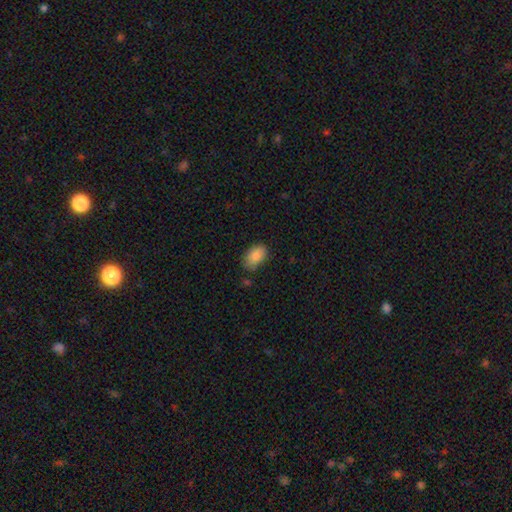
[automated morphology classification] smooth-or-featured: smooth: 88% | star or artifact: 7% | featured or disk: 5%
  how-rounded: in between: 91% | round: 8% | cigar-shaped: 1%
  merging: none: 73% | minor disturbance: 21% | major disturbance: 4% | merger: 3%